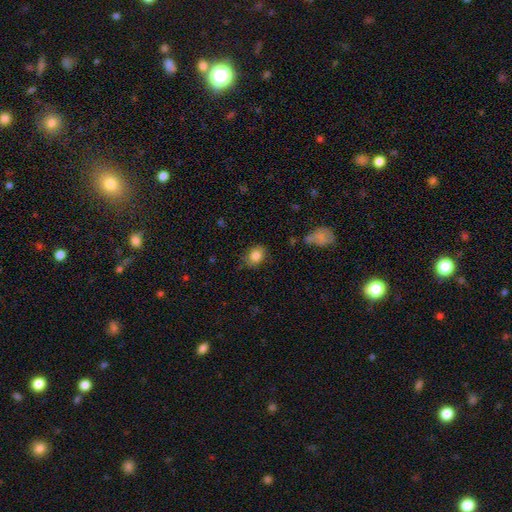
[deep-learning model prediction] Smooth or featured?
  - smooth: 84% *
  - star or artifact: 9%
  - featured or disk: 7%
How rounded?
  - round: 51% *
  - in between: 48%
  - cigar-shaped: 1%
Merging?
  - none: 76% *
  - minor disturbance: 18%
  - major disturbance: 4%
  - merger: 2%